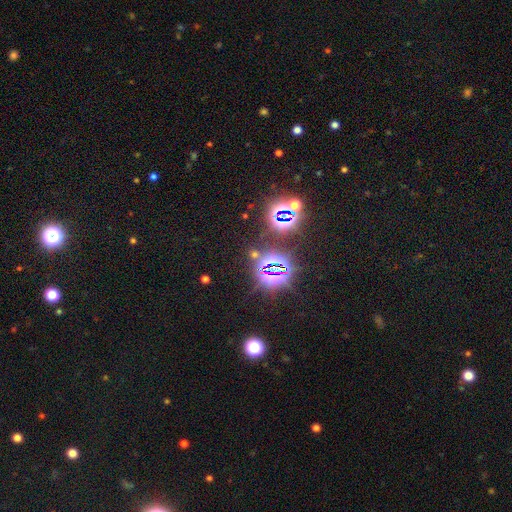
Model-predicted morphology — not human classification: Smooth or featured: star or artifact — 80% (smooth — 12%)